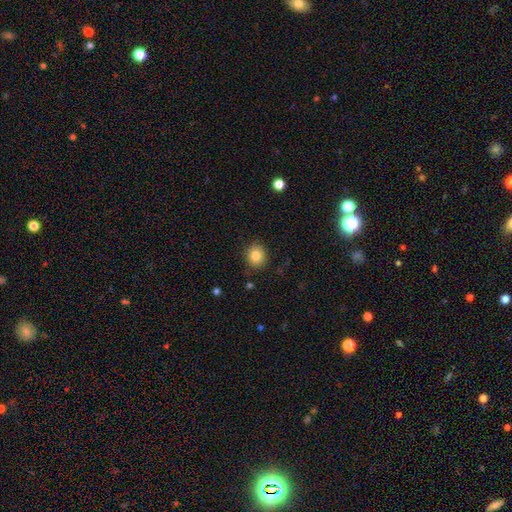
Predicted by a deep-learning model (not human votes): Smooth or featured: smooth — 84% (star or artifact — 10%)
How rounded: round — 82% (in between — 17%)
Merging: none — 87% (minor disturbance — 9%)